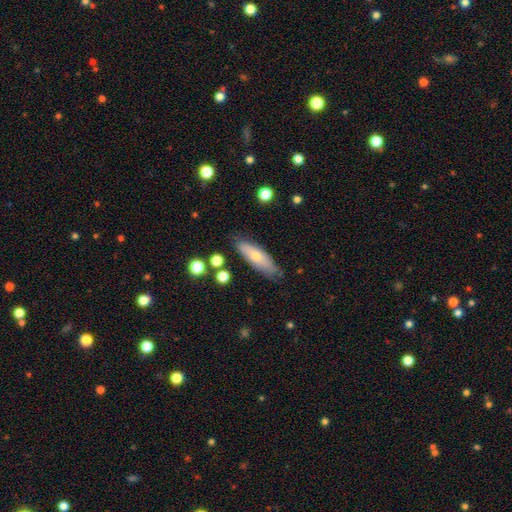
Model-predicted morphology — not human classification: Smooth or featured: smooth — 59% (featured or disk — 34%)
How rounded: cigar-shaped — 50% (in between — 48%)
Merging: none — 80% (minor disturbance — 15%)